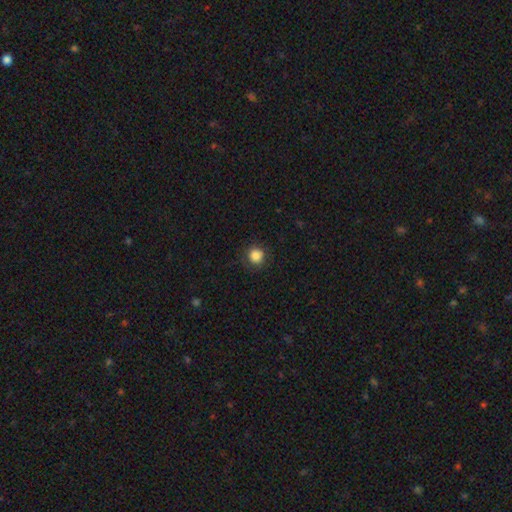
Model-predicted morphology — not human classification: type=smooth (85%); roundness=round (91%); merging=none (84%).